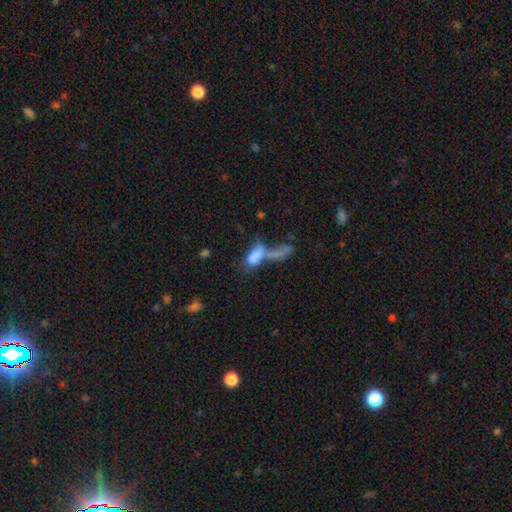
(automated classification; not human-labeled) This is likely a smooth galaxy (70%). How rounded: likely in between (75%). Merging: likely merger (63%).